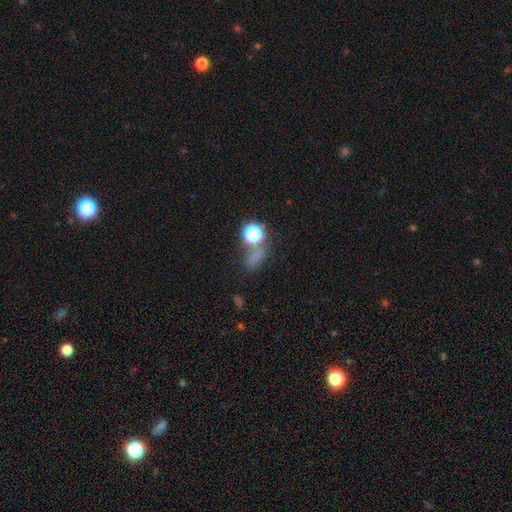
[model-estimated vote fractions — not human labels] A smooth galaxy with no disk features (54%) that is in between round and cigar-shaped (48%).

Vote fractions:
- Smooth or featured? smooth: 54% / star or artifact: 37% / featured or disk: 9%
- How rounded? in between: 48% / round: 45% / cigar-shaped: 7%
- Merging? none: 59% / minor disturbance: 15% / merger: 14% / major disturbance: 12%